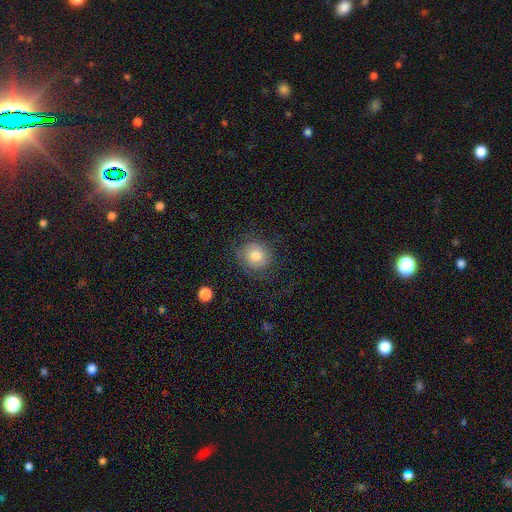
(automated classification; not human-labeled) Morphology: type=smooth (71%); roundness=round (85%); merging=none (74%).